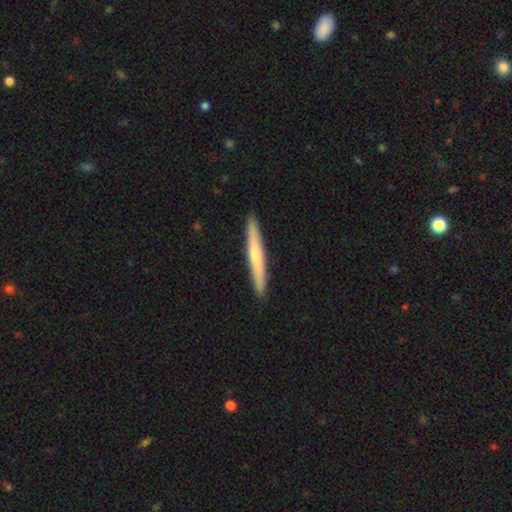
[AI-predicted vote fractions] This appears to be a smooth galaxy with no disk features (57%) that is cigar-shaped (96%). Merging: none (92%).